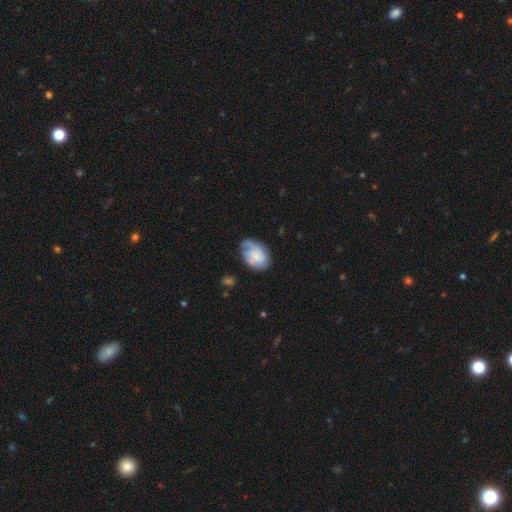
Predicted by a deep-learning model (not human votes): Morphology: type=featured or disk (54%); edge-on=no (97%); bar=no (73%); spiral arms=yes (86%); bulge=small (48%); merging=none (57%).